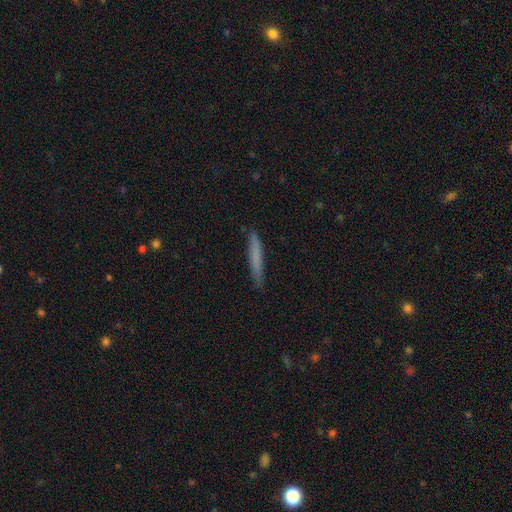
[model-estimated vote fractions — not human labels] Morphology: type=smooth (70%); roundness=cigar-shaped (95%); merging=none (87%).